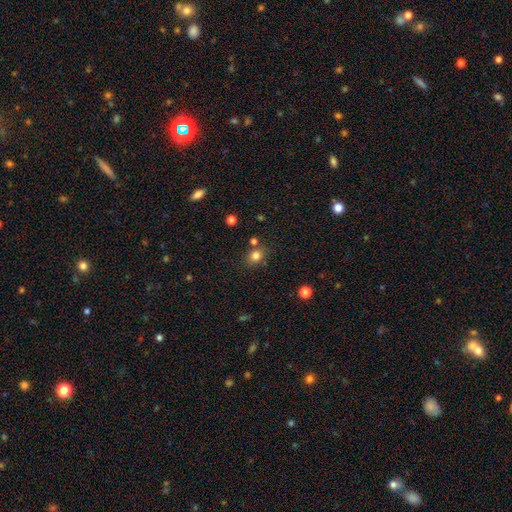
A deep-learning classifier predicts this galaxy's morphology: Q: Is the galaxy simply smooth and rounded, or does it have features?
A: smooth — 80%.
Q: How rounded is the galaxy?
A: round — 66%.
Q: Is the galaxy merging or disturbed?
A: none — 75%.